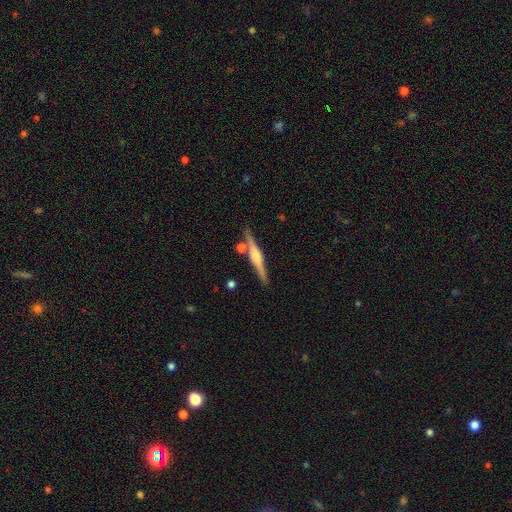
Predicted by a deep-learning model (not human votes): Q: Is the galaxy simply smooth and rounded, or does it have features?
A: featured or disk — 73%.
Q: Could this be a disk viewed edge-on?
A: yes — 98%.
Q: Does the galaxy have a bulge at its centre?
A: rounded — 79%.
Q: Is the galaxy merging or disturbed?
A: none — 82%.